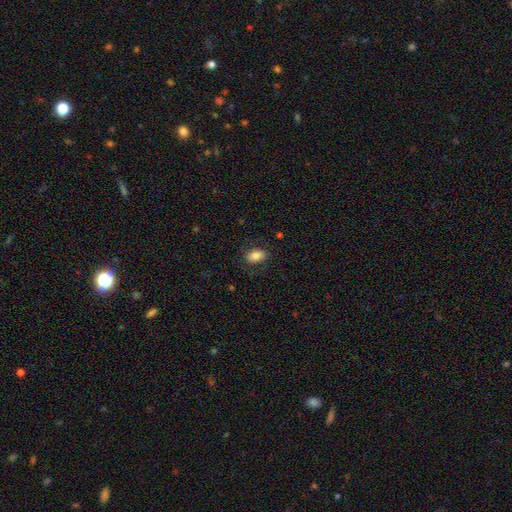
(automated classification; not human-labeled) This appears to be a smooth galaxy with no disk features (81%) that is in between round and cigar-shaped (89%). Merging: none (81%).